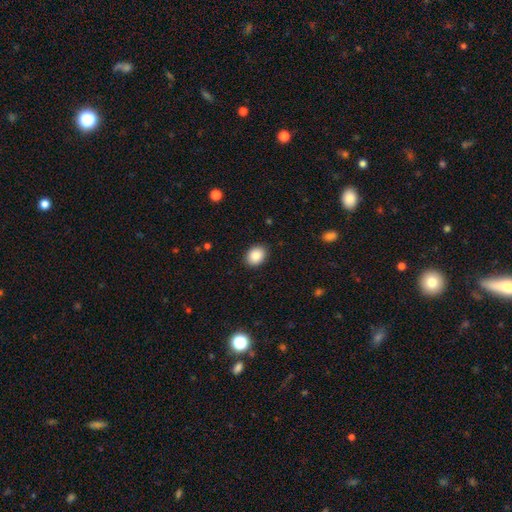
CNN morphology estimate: Overall: smooth (87%). How rounded: in between (59%; round 40%). Merging: none (89%).